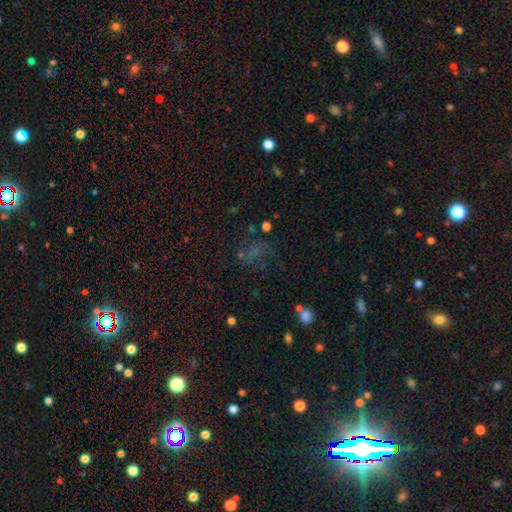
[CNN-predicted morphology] A star or artifact, not a galaxy (52%).

Vote fractions:
- Smooth or featured? star or artifact: 52% / smooth: 30% / featured or disk: 18%